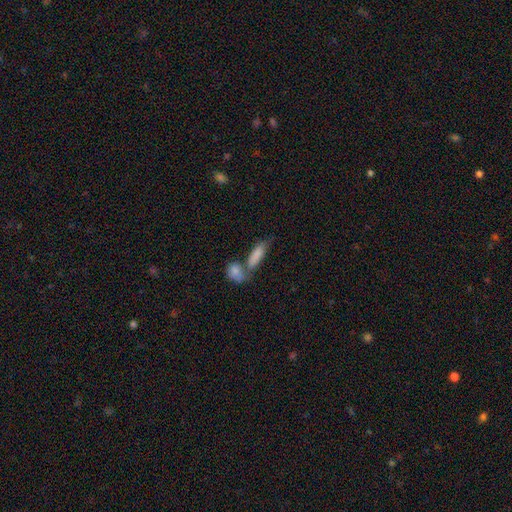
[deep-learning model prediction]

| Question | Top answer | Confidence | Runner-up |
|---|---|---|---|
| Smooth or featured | smooth | 73% | featured or disk (17%) |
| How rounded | in between | 48% | tied: cigar-shaped (48%) |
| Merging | merger | 44% | none (42%) |